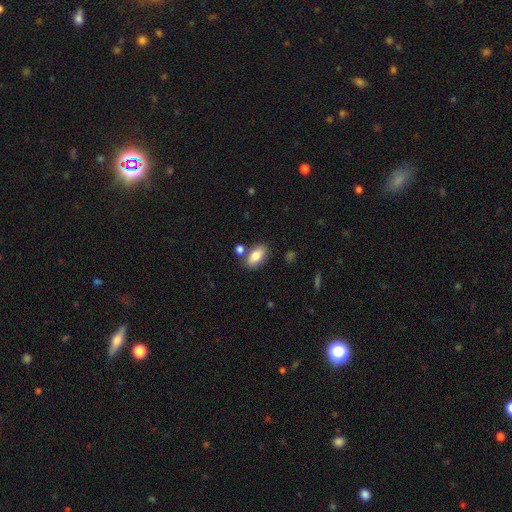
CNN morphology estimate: This is clearly a smooth galaxy (81%). How rounded: clearly in between (90%). Merging: likely none (73%).